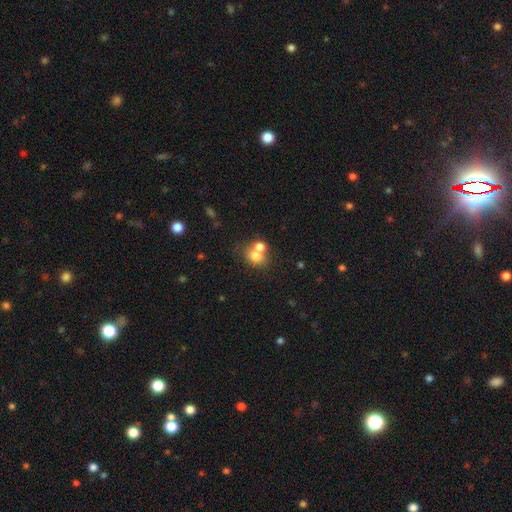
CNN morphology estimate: Smooth or featured: smooth — 72% (featured or disk — 17%)
How rounded: in between — 53% (round — 46%)
Merging: merger — 54% (none — 34%)